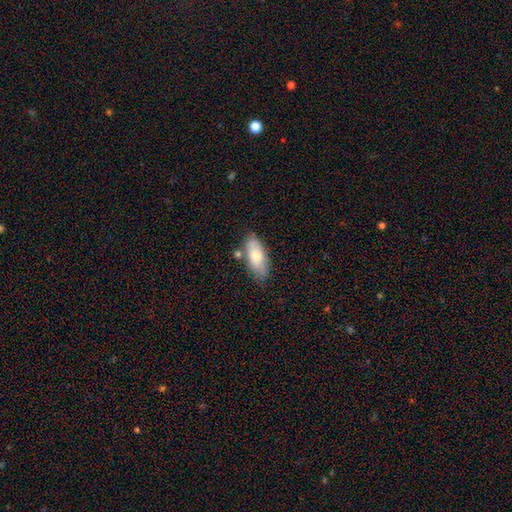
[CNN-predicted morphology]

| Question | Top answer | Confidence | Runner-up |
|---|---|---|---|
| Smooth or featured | smooth | 75% | featured or disk (19%) |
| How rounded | in between | 82% | cigar-shaped (15%) |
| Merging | none | 69% | minor disturbance (19%) |